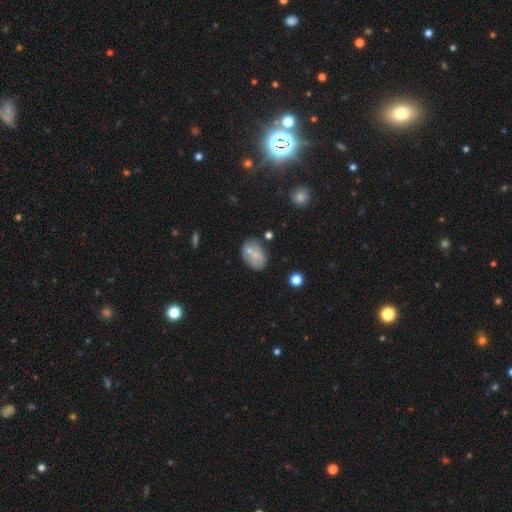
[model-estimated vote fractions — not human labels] smooth_or_featured: smooth (p=0.61) [alt: featured or disk p=0.29]
how_rounded: in between (p=0.79) [alt: round p=0.20]
merging: none (p=0.54) [alt: merger p=0.20]